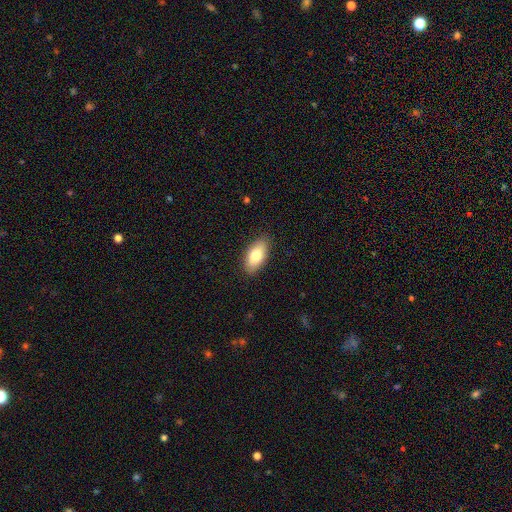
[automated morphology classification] A smooth galaxy with no disk features (79%) that is in between round and cigar-shaped (91%).

Vote fractions:
- Smooth or featured? smooth: 79% / featured or disk: 14% / star or artifact: 6%
- How rounded? in between: 91% / cigar-shaped: 6% / round: 3%
- Merging? none: 87% / minor disturbance: 10% / major disturbance: 2% / merger: 1%